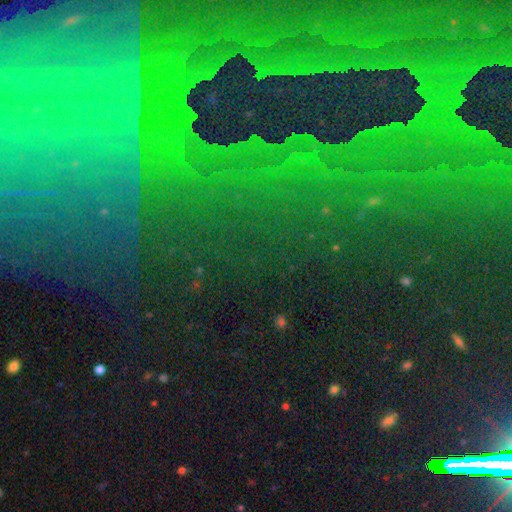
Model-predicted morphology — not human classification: This appears to be a star or artifact, not a galaxy (76%).